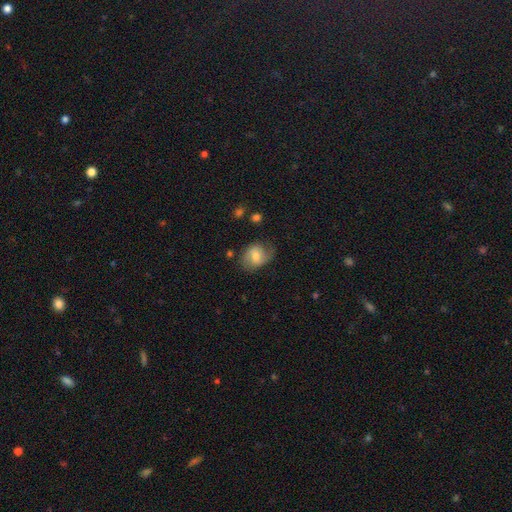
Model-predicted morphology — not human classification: The model was most divided on "how rounded": in between: 54%, round: 45%, cigar-shaped: 1%. More confident: merging — none (59%); smooth or featured — smooth (58%).